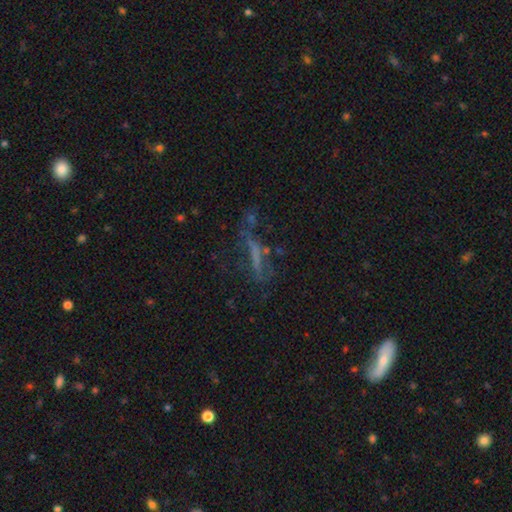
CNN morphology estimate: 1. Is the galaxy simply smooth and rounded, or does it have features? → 42% featured or disk, 35% smooth, 23% star or artifact.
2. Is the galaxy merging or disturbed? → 45% none, 25% major disturbance, 19% minor disturbance, 10% merger.